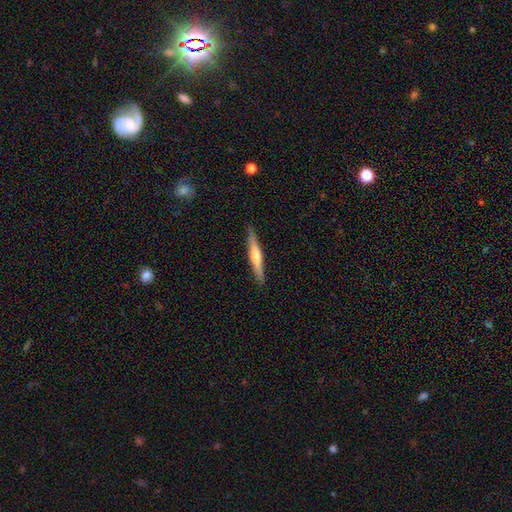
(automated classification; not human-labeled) smooth_or_featured: featured or disk (p=0.56) [alt: smooth p=0.38]
disk_edge_on: yes (p=0.96) [alt: no p=0.04]
edge_on_bulge: rounded (p=0.79) [alt: none p=0.16]
merging: none (p=0.90) [alt: minor disturbance p=0.07]